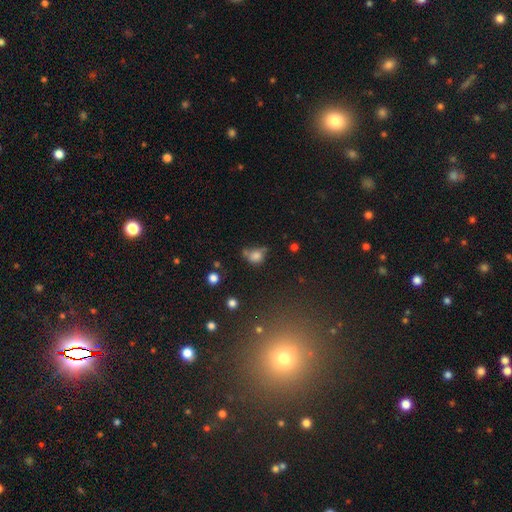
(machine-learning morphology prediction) smooth 72%, featured or disk 15%, star or artifact 14%. Down the decision tree: how rounded — round (52%); merging — none (33%).